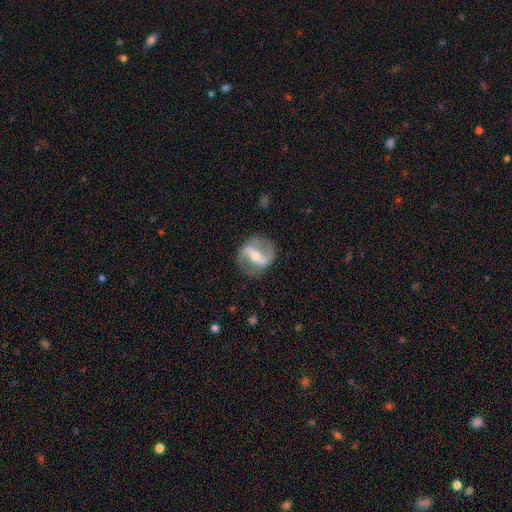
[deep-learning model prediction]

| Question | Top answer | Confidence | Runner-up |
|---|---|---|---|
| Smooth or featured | featured or disk | 84% | smooth (11%) |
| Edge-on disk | no | 94% | yes (6%) |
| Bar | strong | 65% | weak (25%) |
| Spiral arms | yes | 84% | no (16%) |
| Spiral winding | loose | 44% | medium (38%) |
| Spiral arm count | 2 | 89% | can't tell (5%) |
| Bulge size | moderate | 49% | small (45%) |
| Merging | none | 80% | minor disturbance (12%) |